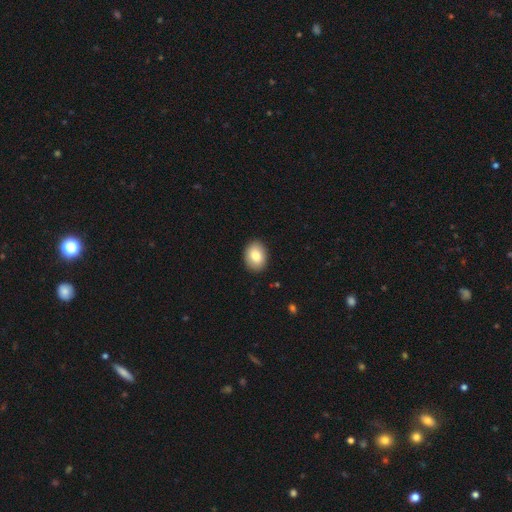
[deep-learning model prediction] Q: Smooth or featured?
A: smooth (82%); runner-up: featured or disk (10%)
Q: How rounded?
A: in between (68%); runner-up: round (31%)
Q: Merging?
A: none (90%); runner-up: minor disturbance (8%)